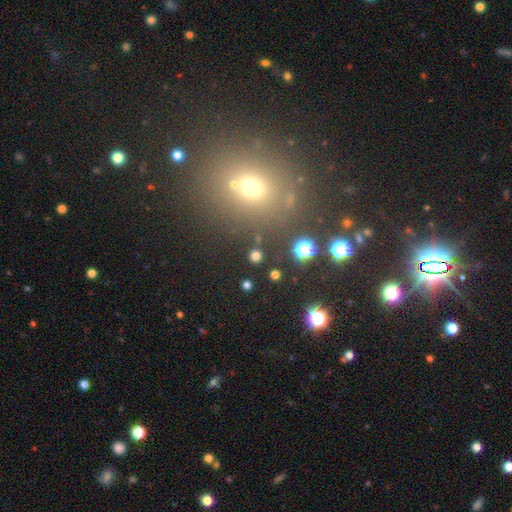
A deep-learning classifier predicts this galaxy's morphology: smooth-or-featured: smooth: 71% | star or artifact: 24% | featured or disk: 6%
  how-rounded: round: 91% | in between: 8% | cigar-shaped: 1%
  merging: none: 87% | minor disturbance: 6% | merger: 4% | major disturbance: 3%